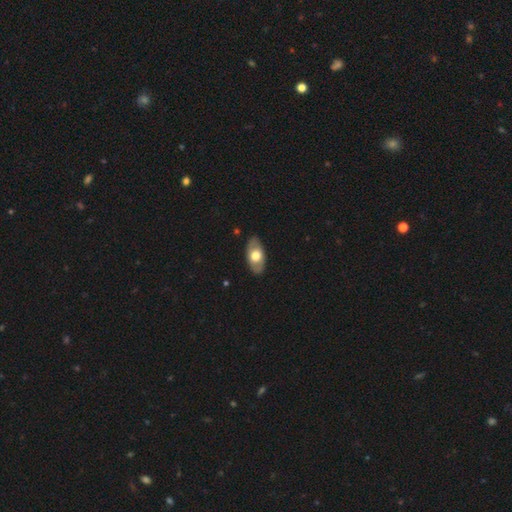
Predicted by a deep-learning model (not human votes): A smooth galaxy with no disk features (57%) that is in between round and cigar-shaped (91%). Merging: none (84%).